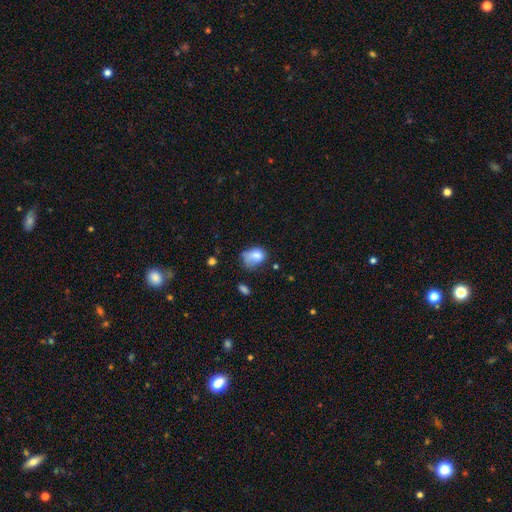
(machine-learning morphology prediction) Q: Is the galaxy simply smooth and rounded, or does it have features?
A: smooth — 72%.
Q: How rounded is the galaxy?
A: in between — 67%.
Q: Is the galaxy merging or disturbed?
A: minor disturbance — 32%.